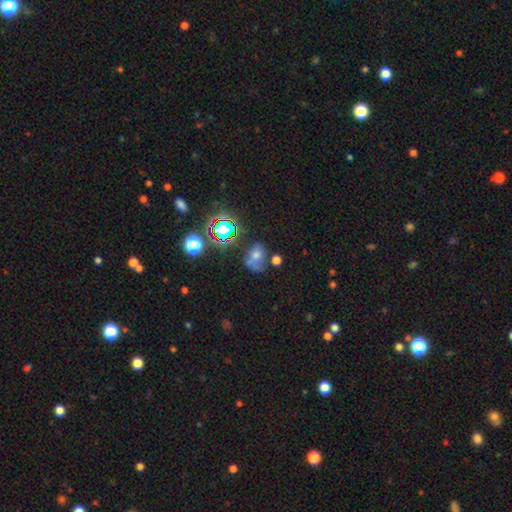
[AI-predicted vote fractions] Smooth or featured? Predicted: smooth (p=0.41). Merging? Predicted: none (p=0.46).